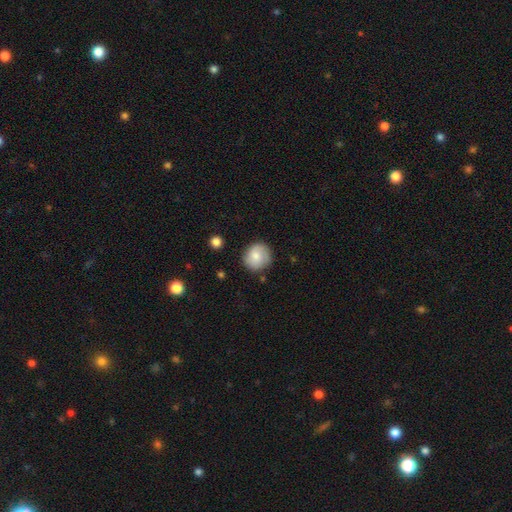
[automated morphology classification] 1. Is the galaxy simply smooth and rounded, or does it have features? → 71% smooth, 22% featured or disk, 7% star or artifact.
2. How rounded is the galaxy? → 88% round, 11% in between, 1% cigar-shaped.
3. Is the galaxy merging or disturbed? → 82% none, 13% minor disturbance, 3% major disturbance, 2% merger.